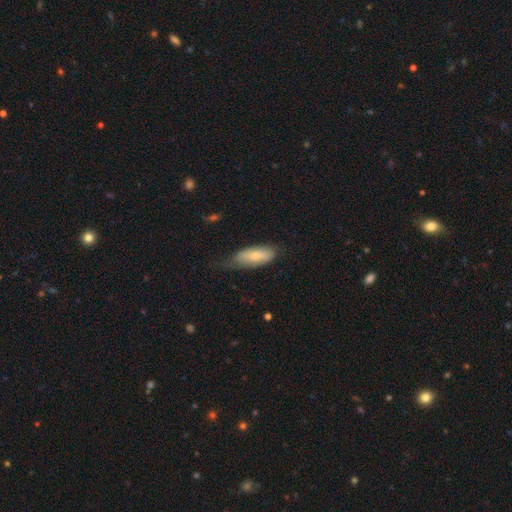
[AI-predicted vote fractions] The model was most divided on "merging": none: 53%, minor disturbance: 34%, major disturbance: 12%, merger: 2%. More confident: how rounded — in between (77%); smooth or featured — smooth (67%).